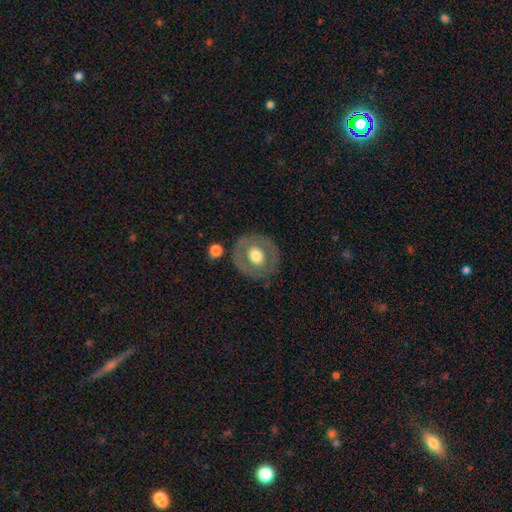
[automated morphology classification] smooth_or_featured: smooth (p=0.50) [alt: featured or disk p=0.44]
how_rounded: round (p=0.83) [alt: in between p=0.16]
merging: none (p=0.82) [alt: minor disturbance p=0.11]